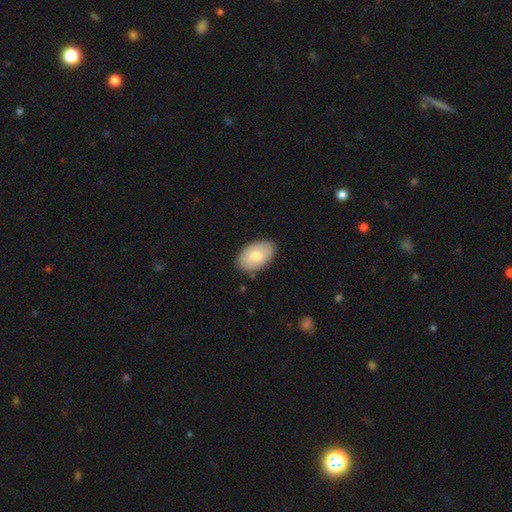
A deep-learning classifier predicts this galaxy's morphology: The model was most divided on "smooth or featured": smooth: 76%, featured or disk: 18%, star or artifact: 6%. More confident: how rounded — in between (92%); merging — none (86%).